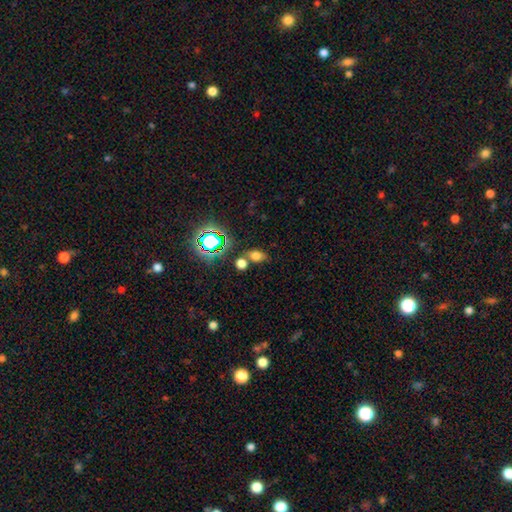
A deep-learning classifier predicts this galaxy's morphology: type=smooth (69%); roundness=in between (74%); merging=none (62%).